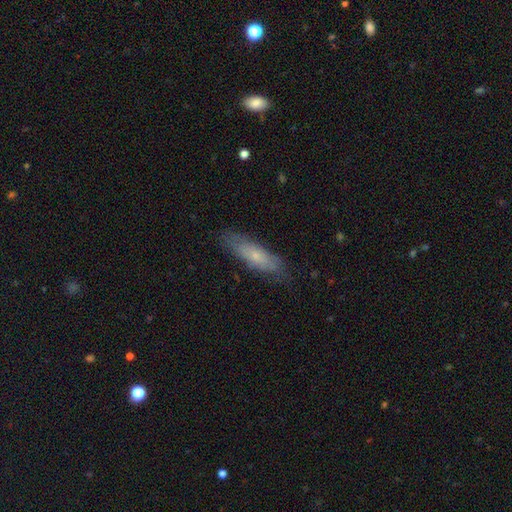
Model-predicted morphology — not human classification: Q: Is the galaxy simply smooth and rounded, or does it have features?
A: smooth — 60%.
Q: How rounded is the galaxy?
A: cigar-shaped — 67%.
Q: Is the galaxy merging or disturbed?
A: none — 78%.